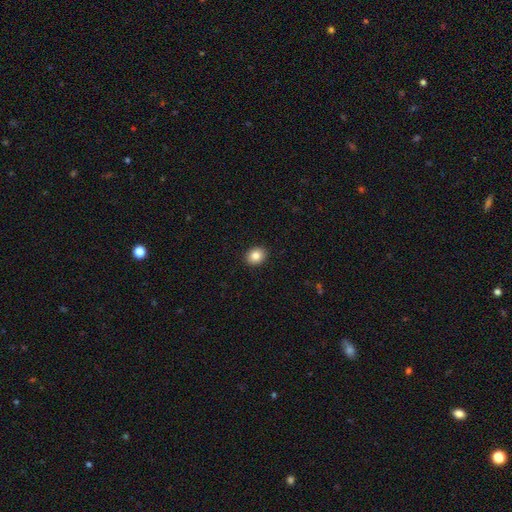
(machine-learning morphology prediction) The model was most divided on "how rounded": round: 57%, in between: 42%, cigar-shaped: 1%. More confident: merging — none (92%); smooth or featured — smooth (84%).